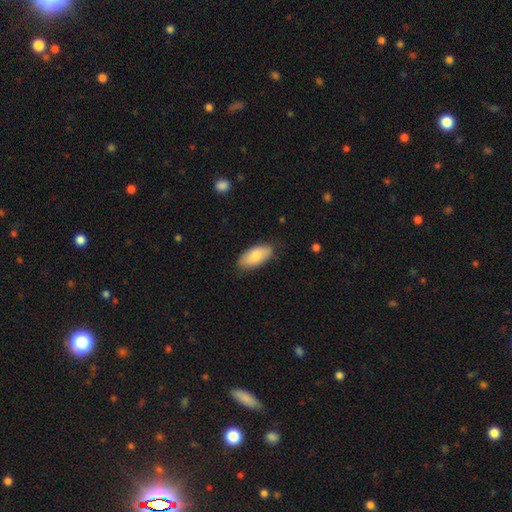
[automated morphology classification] smooth_or_featured: smooth (p=0.82) [alt: featured or disk p=0.12]
how_rounded: in between (p=0.92) [alt: cigar-shaped p=0.06]
merging: none (p=0.81) [alt: minor disturbance p=0.16]